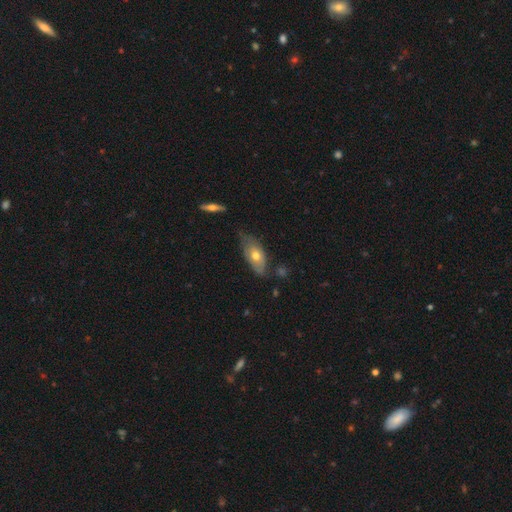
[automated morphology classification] This appears to be a smooth galaxy with no disk features (59%) that is in between round and cigar-shaped (85%). Merging: none (49%).